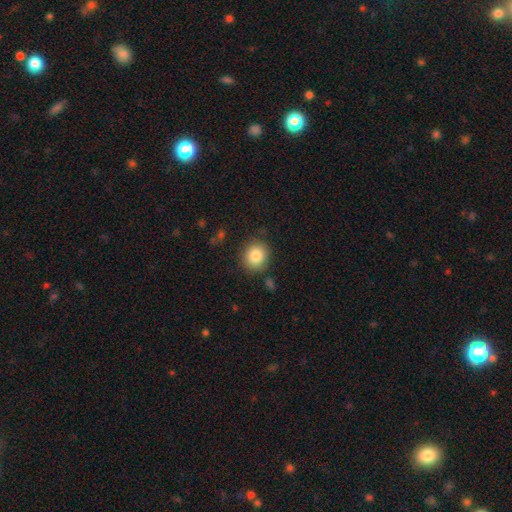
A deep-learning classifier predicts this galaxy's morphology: The model was most divided on "how rounded": round: 80%, in between: 19%, cigar-shaped: 1%. More confident: merging — none (86%); smooth or featured — smooth (85%).